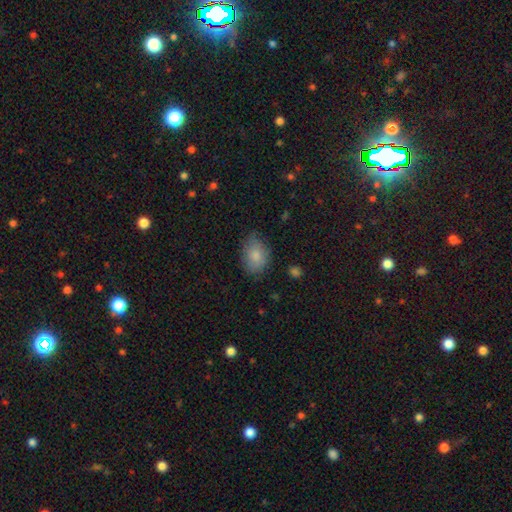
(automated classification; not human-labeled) Overall: smooth (83%). How rounded: in between (74%). Merging: none (70%).